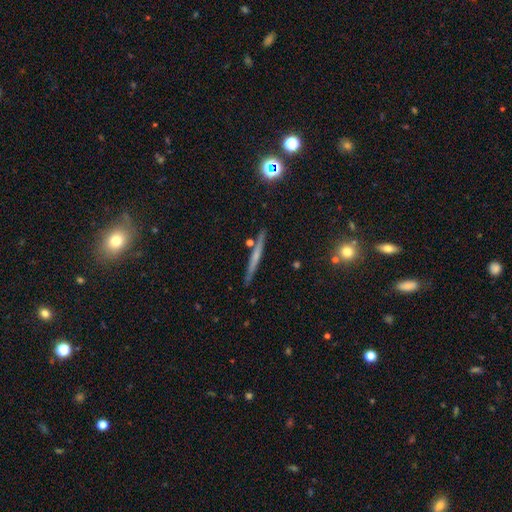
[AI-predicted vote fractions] This is possibly a featured or disk galaxy (52%). It is clearly viewed edge-on (96%). Edge-on bulge: likely none (74%). Merging: clearly none (87%).